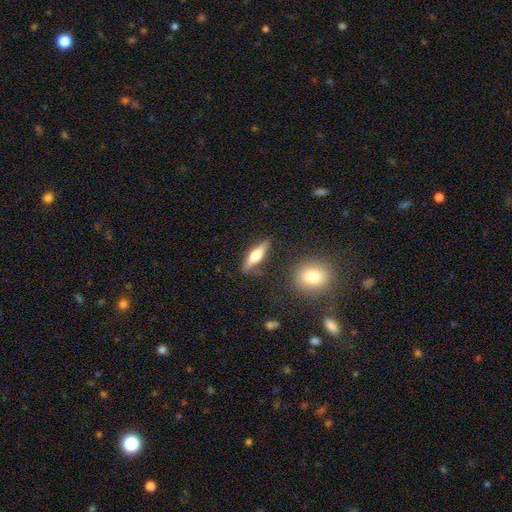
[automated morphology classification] The model was most divided on "smooth or featured": featured or disk: 50%, smooth: 44%, star or artifact: 6%. More confident: edge-on disk — yes (93%); merging — none (84%).